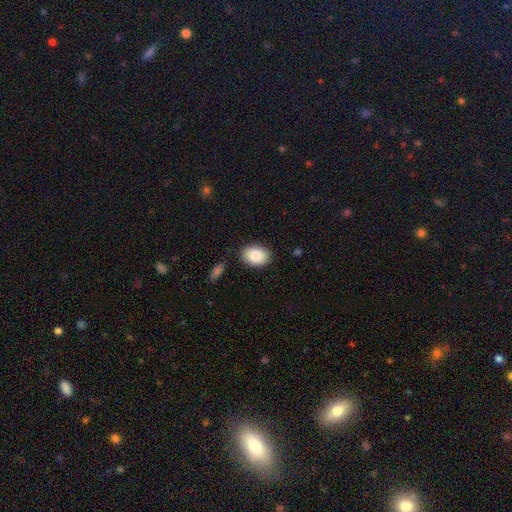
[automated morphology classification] type=smooth (84%); roundness=in between (82%); merging=none (85%).